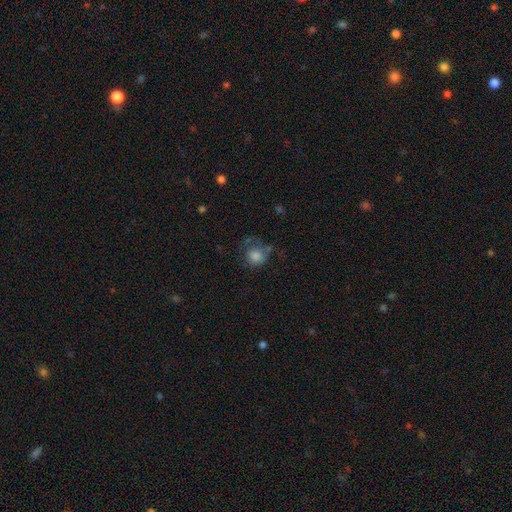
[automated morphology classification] Smooth or featured?
  - smooth: 75% *
  - featured or disk: 14%
  - star or artifact: 11%
How rounded?
  - round: 83% *
  - in between: 16%
  - cigar-shaped: 1%
Merging?
  - none: 48% *
  - minor disturbance: 26%
  - major disturbance: 20%
  - merger: 6%